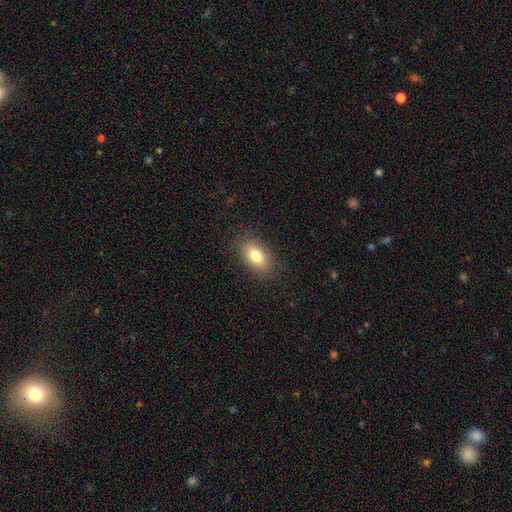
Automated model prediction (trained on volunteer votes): Smooth or featured?
  - smooth: 80% *
  - featured or disk: 11%
  - star or artifact: 9%
How rounded?
  - in between: 88% *
  - round: 10%
  - cigar-shaped: 2%
Merging?
  - none: 86% *
  - minor disturbance: 10%
  - major disturbance: 3%
  - merger: 1%